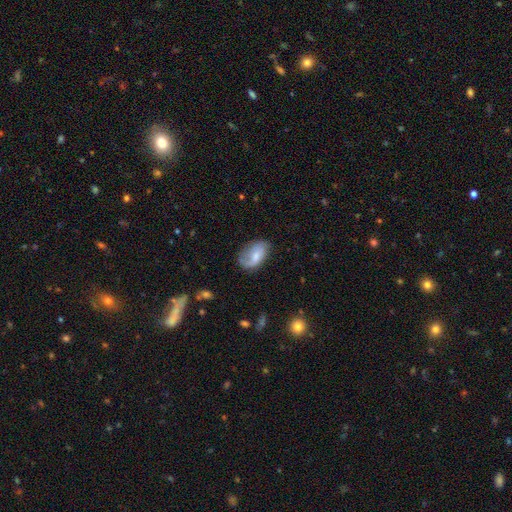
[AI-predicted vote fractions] Overall: featured or disk (48%; smooth 44%). Merging: none (55%; minor disturbance 28%).